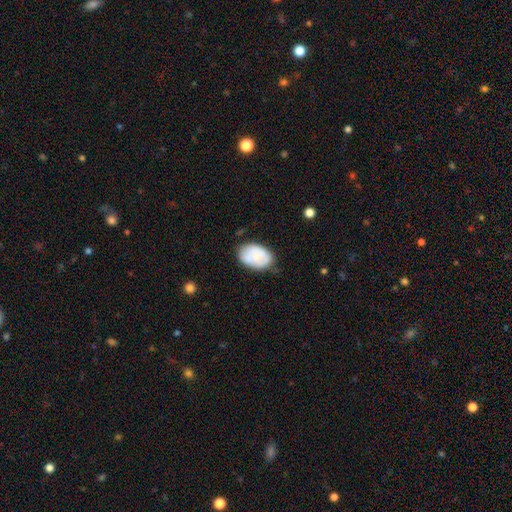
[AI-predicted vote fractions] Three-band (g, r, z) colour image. It shows a smooth galaxy with no disk features (72%) that is in between round and cigar-shaped (88%). Merging: none (70%).